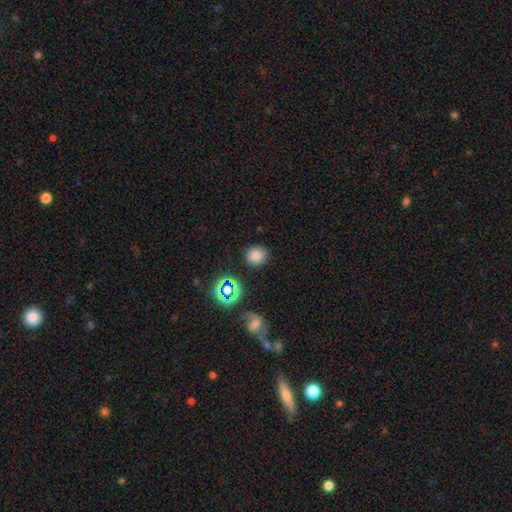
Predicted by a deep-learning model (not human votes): smooth-or-featured: smooth: 78% | star or artifact: 16% | featured or disk: 6%
  how-rounded: round: 72% | in between: 27% | cigar-shaped: 1%
  merging: none: 85% | minor disturbance: 10% | major disturbance: 3% | merger: 2%